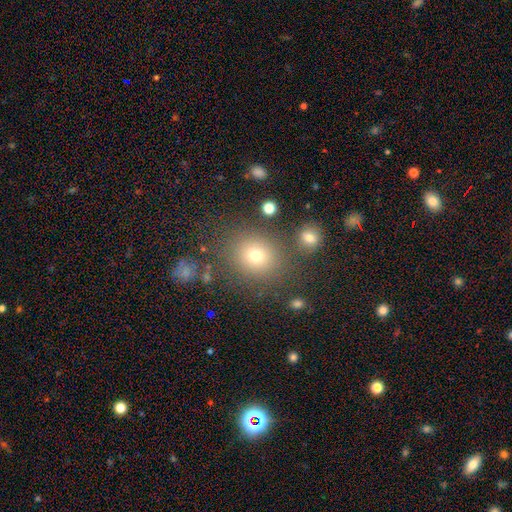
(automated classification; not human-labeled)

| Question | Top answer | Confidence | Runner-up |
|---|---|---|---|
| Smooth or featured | smooth | 72% | star or artifact (18%) |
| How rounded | round | 81% | in between (18%) |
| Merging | none | 80% | minor disturbance (9%) |